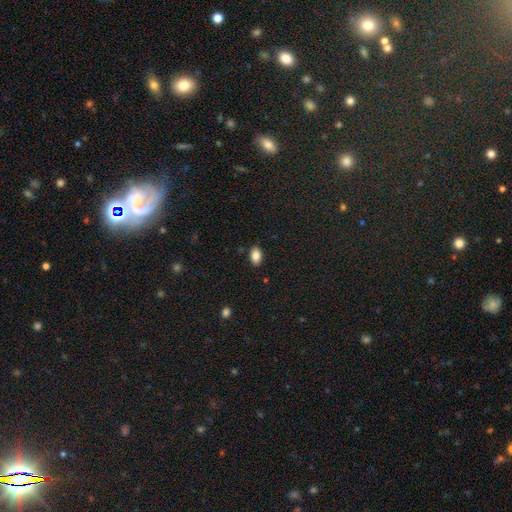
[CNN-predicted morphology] This is clearly a smooth galaxy (85%). How rounded: clearly in between (89%). Merging: clearly none (87%).